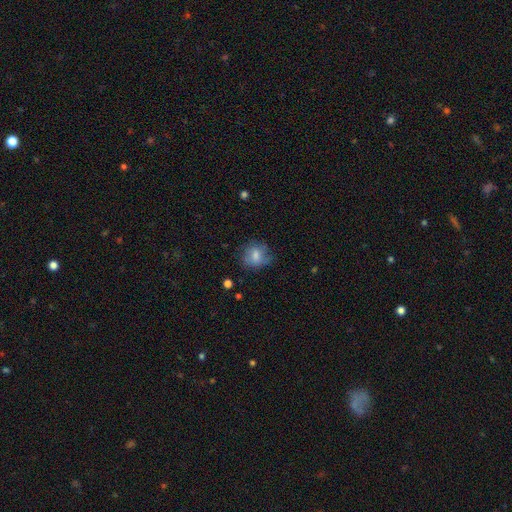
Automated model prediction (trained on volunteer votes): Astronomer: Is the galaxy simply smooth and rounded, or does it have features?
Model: smooth — 73%.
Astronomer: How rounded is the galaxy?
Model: round — 66%.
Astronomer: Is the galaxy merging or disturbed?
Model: none — 65%.